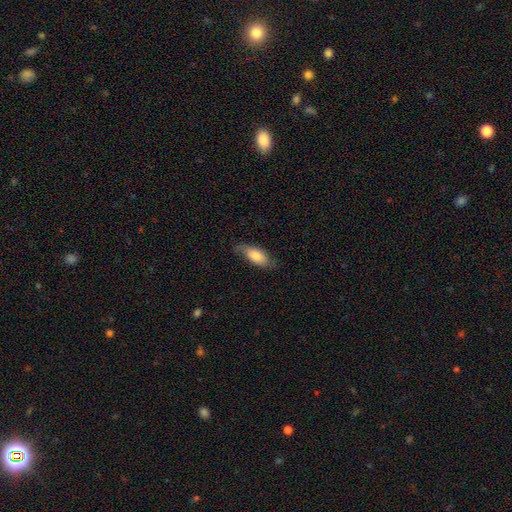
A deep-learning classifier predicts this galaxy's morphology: Smooth or featured? Predicted: smooth (p=0.69). How rounded? Predicted: in between (p=0.82). Merging? Predicted: none (p=0.67).